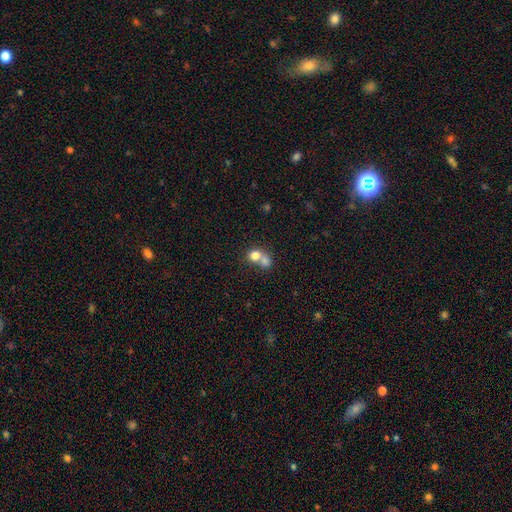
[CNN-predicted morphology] smooth_or_featured: smooth (p=0.76) [alt: featured or disk p=0.14]
how_rounded: round (p=0.71) [alt: in between p=0.28]
merging: merger (p=0.65) [alt: none p=0.27]